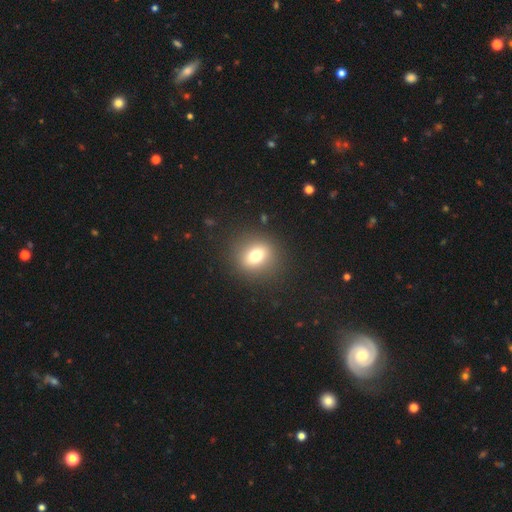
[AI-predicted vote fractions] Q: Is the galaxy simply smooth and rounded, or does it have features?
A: smooth — 72%.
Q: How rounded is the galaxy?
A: round — 64%.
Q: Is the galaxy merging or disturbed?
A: none — 88%.